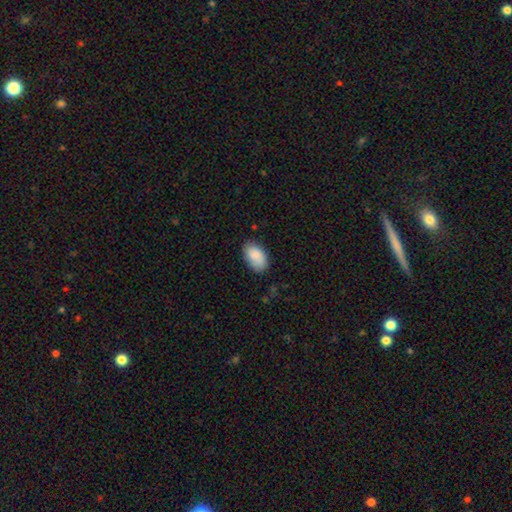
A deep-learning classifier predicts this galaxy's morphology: Smooth or featured? Predicted: smooth (p=0.87). How rounded? Predicted: in between (p=0.92). Merging? Predicted: none (p=0.76).